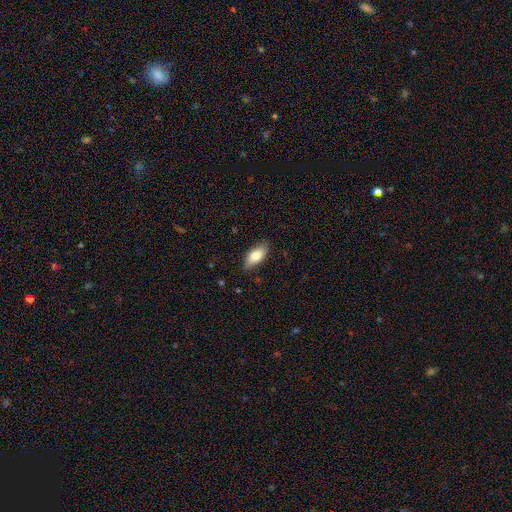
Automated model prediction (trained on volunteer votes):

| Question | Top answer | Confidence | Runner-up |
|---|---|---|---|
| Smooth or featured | smooth | 79% | featured or disk (15%) |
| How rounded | in between | 89% | cigar-shaped (9%) |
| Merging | none | 83% | minor disturbance (13%) |